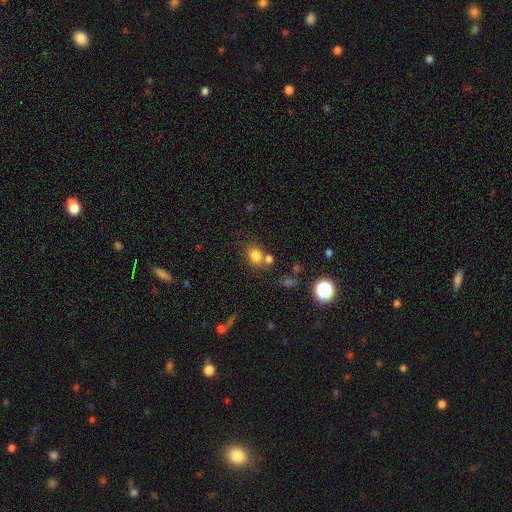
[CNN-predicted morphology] The model was most divided on "how rounded": round: 52%, in between: 47%, cigar-shaped: 1%. More confident: smooth or featured — smooth (79%); merging — none (58%).